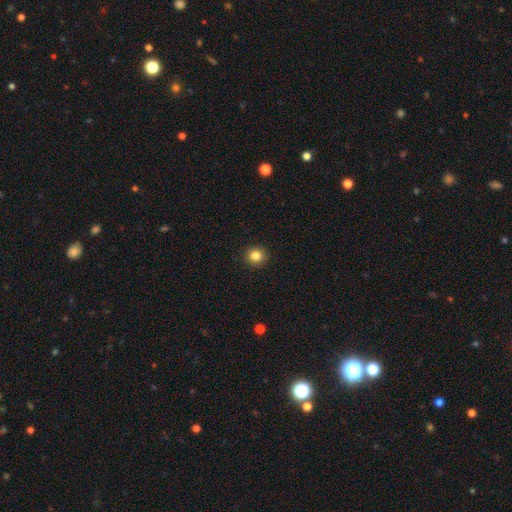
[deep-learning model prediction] Smooth or featured? Predicted: smooth (p=0.84). How rounded? Predicted: round (p=0.91). Merging? Predicted: none (p=0.92).